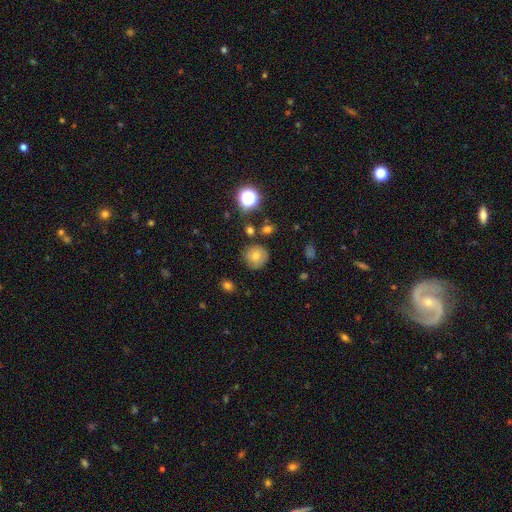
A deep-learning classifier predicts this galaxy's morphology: Smooth or featured?
  - smooth: 71% *
  - star or artifact: 15%
  - featured or disk: 14%
How rounded?
  - round: 91% *
  - in between: 8%
  - cigar-shaped: 1%
Merging?
  - none: 78% *
  - minor disturbance: 14%
  - major disturbance: 4%
  - merger: 4%